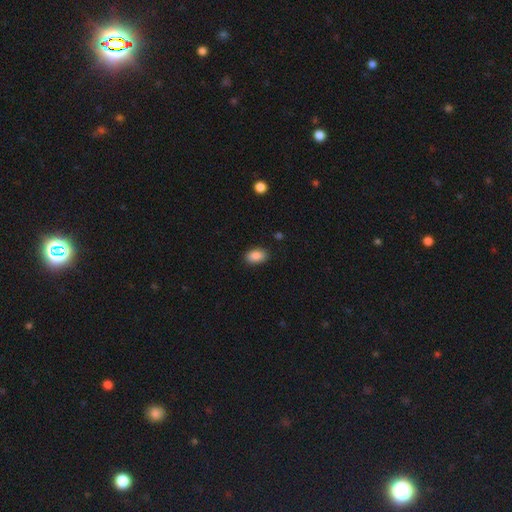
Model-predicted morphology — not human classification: This appears to be a smooth galaxy with no disk features (88%) that is in between round and cigar-shaped (88%). Merging: none (87%).